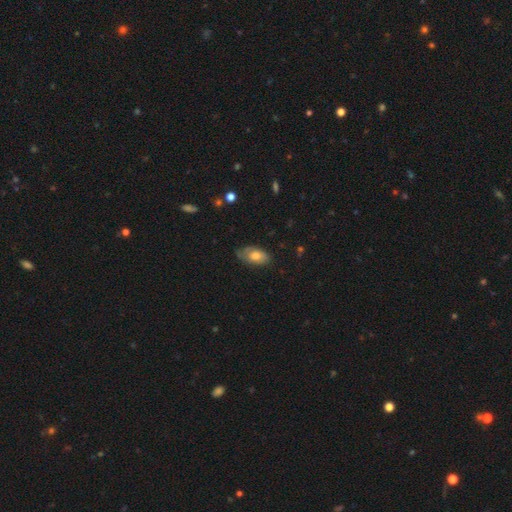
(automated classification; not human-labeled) smooth-or-featured: smooth: 69% | featured or disk: 24% | star or artifact: 7%
  how-rounded: in between: 92% | round: 5% | cigar-shaped: 3%
  merging: none: 62% | minor disturbance: 29% | major disturbance: 8% | merger: 1%